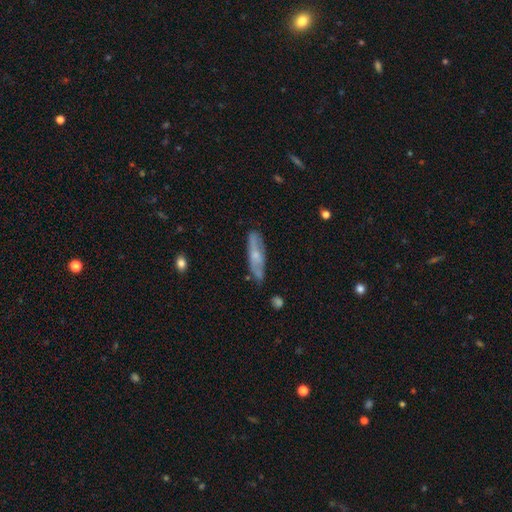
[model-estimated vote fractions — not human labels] Smooth or featured: smooth — 48% (featured or disk — 46%)
Merging: none — 73% (minor disturbance — 21%)